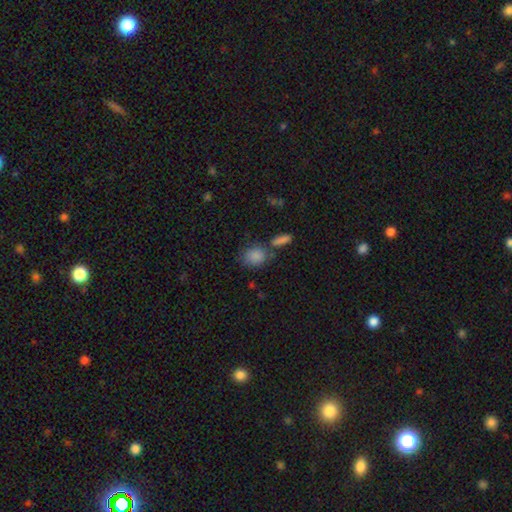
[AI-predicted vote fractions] Smooth or featured?
  - smooth: 86% *
  - star or artifact: 9%
  - featured or disk: 5%
How rounded?
  - in between: 51% *
  - round: 46%
  - cigar-shaped: 2%
Merging?
  - none: 61% *
  - merger: 19%
  - minor disturbance: 15%
  - major disturbance: 5%